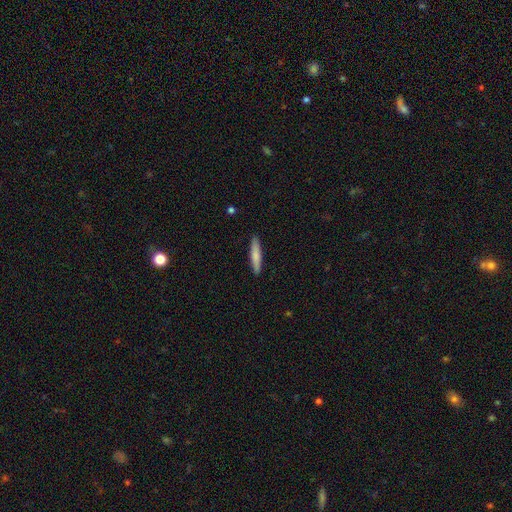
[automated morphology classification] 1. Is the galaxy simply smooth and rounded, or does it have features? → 74% smooth, 20% featured or disk, 5% star or artifact.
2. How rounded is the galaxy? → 90% cigar-shaped, 8% in between, 1% round.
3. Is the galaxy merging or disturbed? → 91% none, 7% minor disturbance, 1% major disturbance, 1% merger.